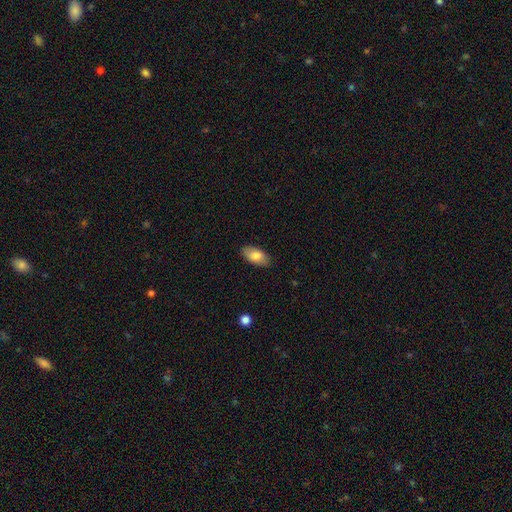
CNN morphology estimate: type=smooth (84%); roundness=in between (93%); merging=none (87%).